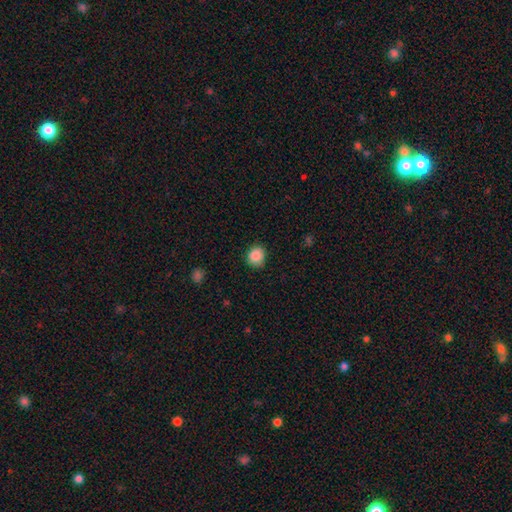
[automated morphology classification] This appears to be a smooth galaxy with no disk features (87%) that is round (81%). Merging: none (84%).